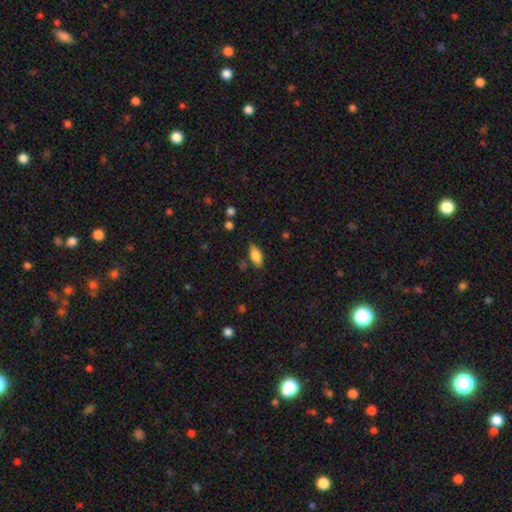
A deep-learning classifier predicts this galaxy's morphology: This appears to be a smooth galaxy with no disk features (76%) that is in between round and cigar-shaped (80%). Merging: none (74%).